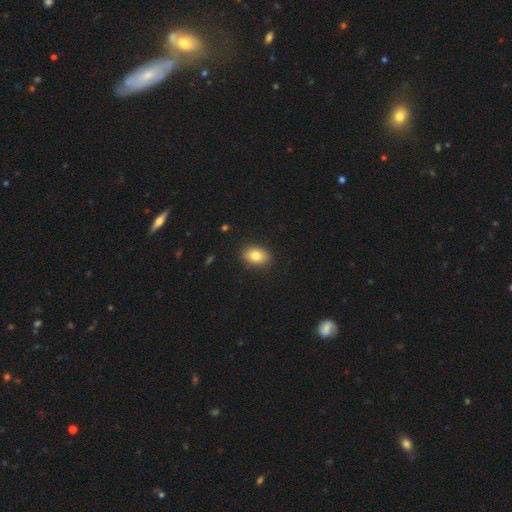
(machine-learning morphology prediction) type=smooth (83%); roundness=in between (77%); merging=none (89%).